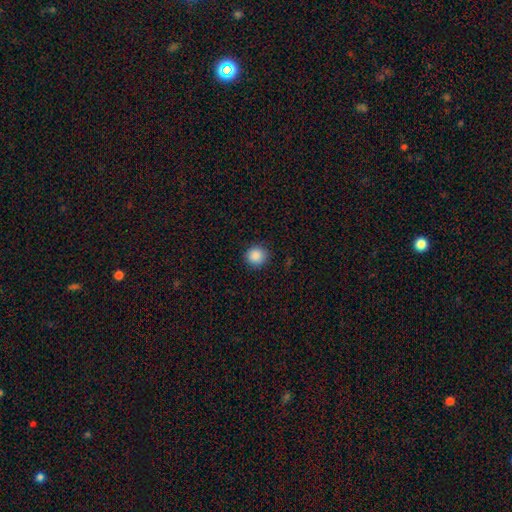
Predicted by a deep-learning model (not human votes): smooth_or_featured: smooth (p=0.88) [alt: star or artifact p=0.09]
how_rounded: round (p=0.92) [alt: in between p=0.07]
merging: none (p=0.90) [alt: minor disturbance p=0.07]